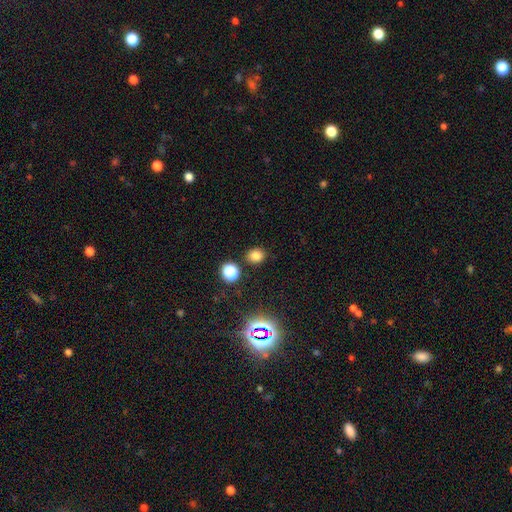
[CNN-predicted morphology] The model was most divided on "how rounded": round: 69%, in between: 30%, cigar-shaped: 1%. More confident: merging — none (85%); smooth or featured — smooth (77%).